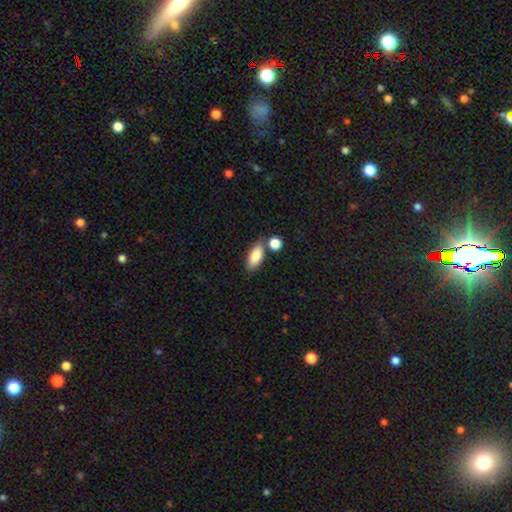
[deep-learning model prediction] This appears to be a smooth galaxy with no disk features (84%) that is in between round and cigar-shaped (84%). Merging: none (69%).